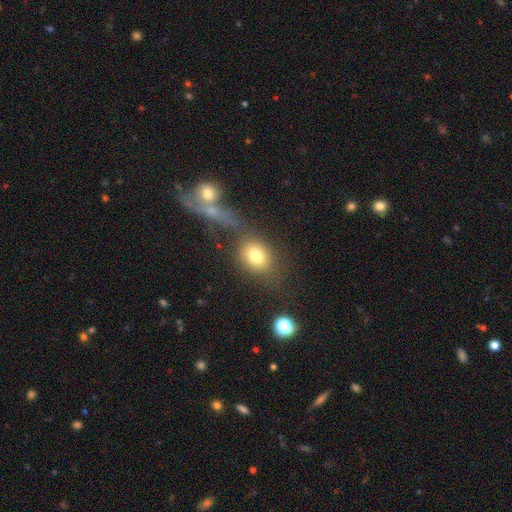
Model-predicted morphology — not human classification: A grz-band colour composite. It shows a smooth galaxy with no disk features (75%) that is round (51%). Merging: none (56%).